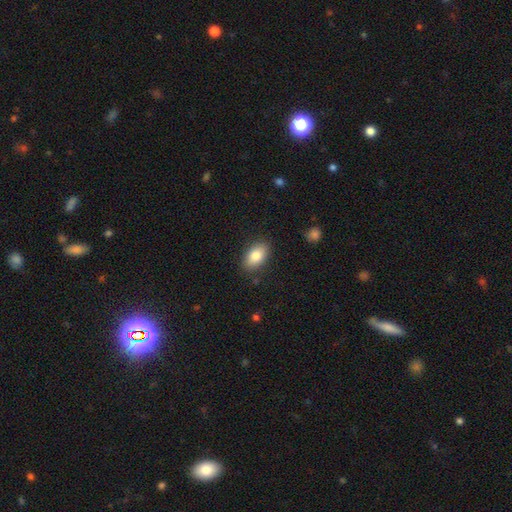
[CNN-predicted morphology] Smooth or featured?
  - smooth: 82% *
  - featured or disk: 11%
  - star or artifact: 7%
How rounded?
  - in between: 91% *
  - round: 7%
  - cigar-shaped: 2%
Merging?
  - none: 86% *
  - minor disturbance: 10%
  - major disturbance: 3%
  - merger: 1%